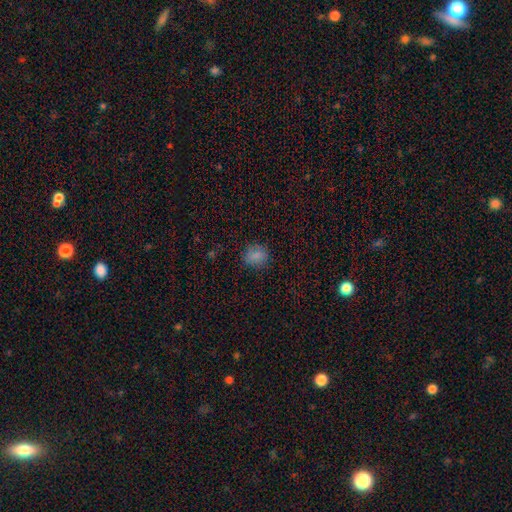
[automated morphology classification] smooth 79%, star or artifact 15%, featured or disk 6%. Down the decision tree: how rounded — round (65%); merging — none (83%).